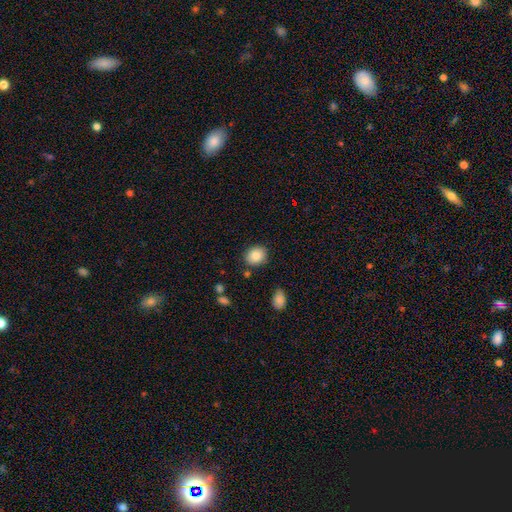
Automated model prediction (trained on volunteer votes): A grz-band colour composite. It shows a smooth galaxy with no disk features (83%) that is round (57%). Merging: none (84%).